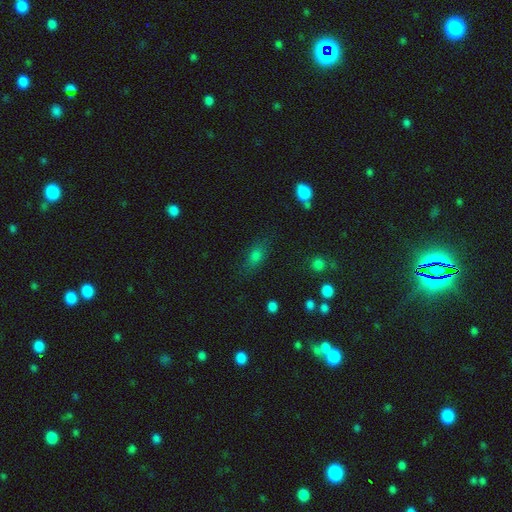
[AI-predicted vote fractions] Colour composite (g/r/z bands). It shows a smooth galaxy with no disk features (66%) that is in between round and cigar-shaped (71%). Merging: none (77%).